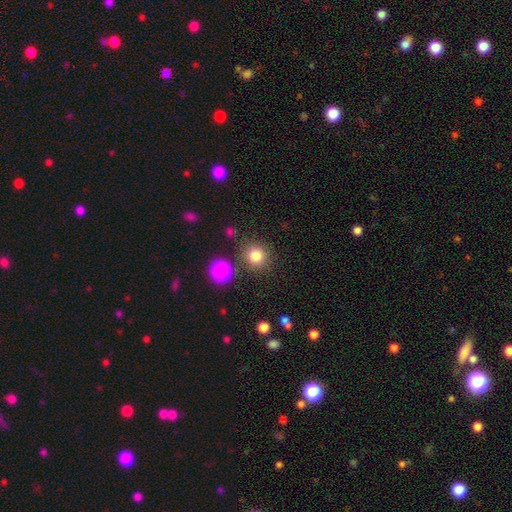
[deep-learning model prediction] smooth-or-featured: smooth: 80% | star or artifact: 14% | featured or disk: 6%
  how-rounded: round: 88% | in between: 11% | cigar-shaped: 1%
  merging: none: 85% | minor disturbance: 8% | merger: 4% | major disturbance: 3%